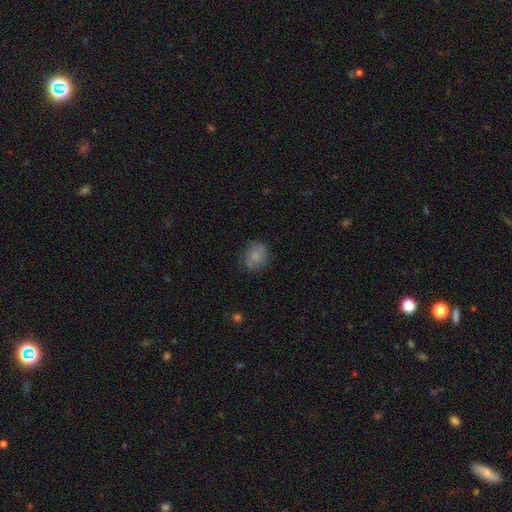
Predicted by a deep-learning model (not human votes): Q: Smooth or featured?
A: smooth (78%); runner-up: featured or disk (14%)
Q: How rounded?
A: round (61%); runner-up: in between (37%)
Q: Merging?
A: none (77%); runner-up: minor disturbance (17%)